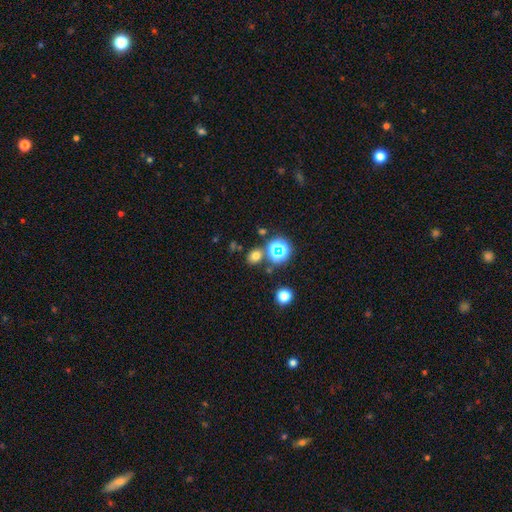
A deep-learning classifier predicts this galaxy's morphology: A smooth galaxy with no disk features (66%) that is round (53%).

Vote fractions:
- Smooth or featured? smooth: 66% / star or artifact: 26% / featured or disk: 8%
- How rounded? round: 53% / in between: 46% / cigar-shaped: 1%
- Merging? none: 77% / merger: 10% / minor disturbance: 9% / major disturbance: 4%